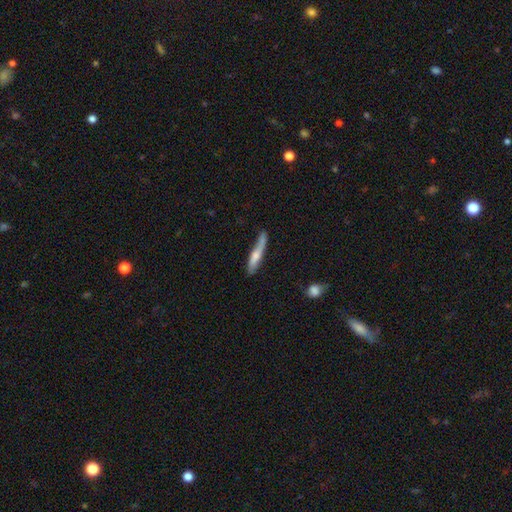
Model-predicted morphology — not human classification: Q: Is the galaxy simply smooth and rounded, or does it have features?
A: smooth — 54%.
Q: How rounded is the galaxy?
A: cigar-shaped — 90%.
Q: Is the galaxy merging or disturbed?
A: none — 64%.